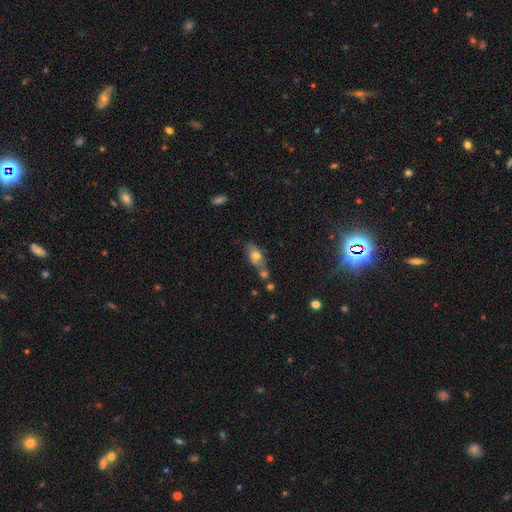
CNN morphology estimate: Q: Smooth or featured?
A: smooth (68%); runner-up: featured or disk (22%)
Q: How rounded?
A: in between (79%); runner-up: cigar-shaped (12%)
Q: Merging?
A: none (42%); runner-up: merger (31%)